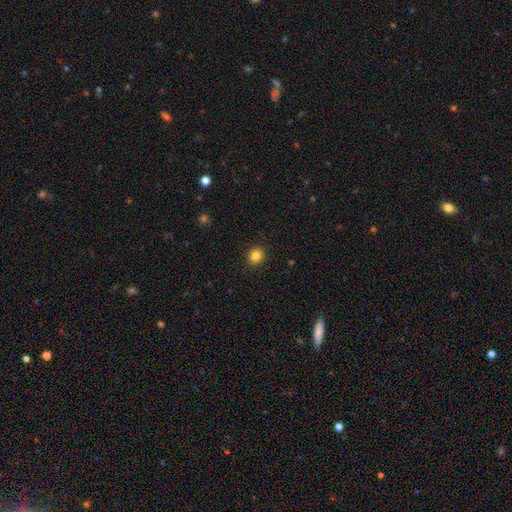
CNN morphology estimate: Smooth or featured: smooth — 84% (star or artifact — 11%)
How rounded: round — 84% (in between — 15%)
Merging: none — 91% (minor disturbance — 6%)